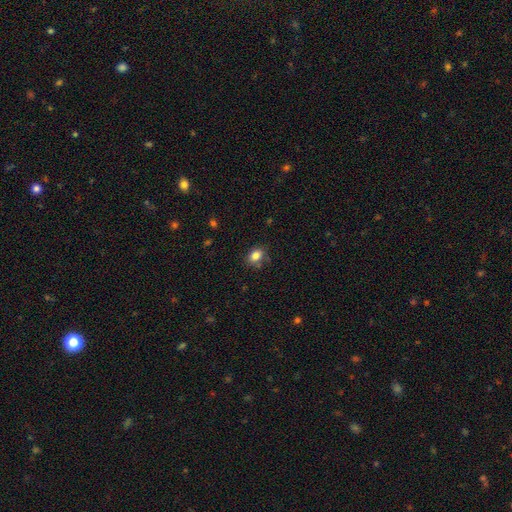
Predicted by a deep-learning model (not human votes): A smooth galaxy with no disk features (83%) that is in between round and cigar-shaped (62%).

Vote fractions:
- Smooth or featured? smooth: 83% / star or artifact: 10% / featured or disk: 6%
- How rounded? in between: 62% / round: 37% / cigar-shaped: 1%
- Merging? none: 77% / minor disturbance: 17% / major disturbance: 4% / merger: 2%